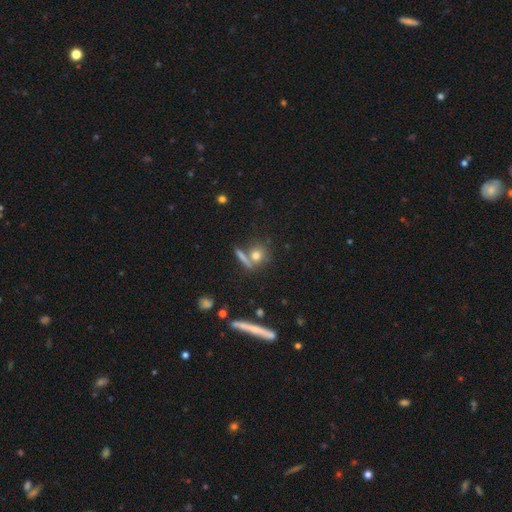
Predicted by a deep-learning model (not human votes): smooth-or-featured: smooth: 72% | featured or disk: 15% | star or artifact: 13%
  how-rounded: round: 74% | in between: 18% | cigar-shaped: 8%
  merging: none: 63% | merger: 22% | minor disturbance: 11% | major disturbance: 5%